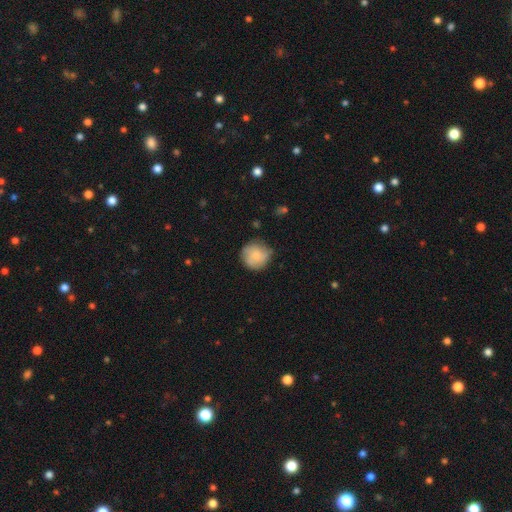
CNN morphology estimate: smooth 76%, featured or disk 17%, star or artifact 7%. Down the decision tree: how rounded — round (92%); merging — none (73%).